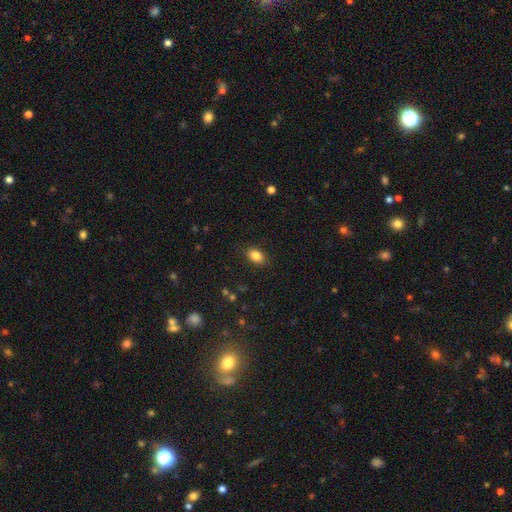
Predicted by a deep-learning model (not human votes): smooth_or_featured: smooth (p=0.85) [alt: star or artifact p=0.09]
how_rounded: in between (p=0.82) [alt: round p=0.16]
merging: none (p=0.88) [alt: minor disturbance p=0.09]